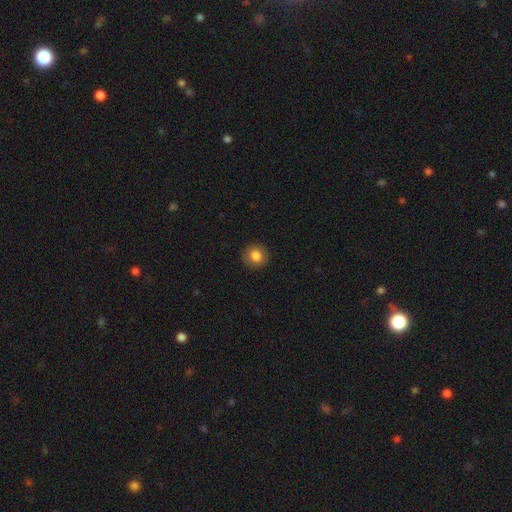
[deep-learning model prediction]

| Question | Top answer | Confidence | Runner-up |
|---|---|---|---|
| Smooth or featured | smooth | 83% | star or artifact (9%) |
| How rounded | round | 91% | in between (8%) |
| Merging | none | 90% | minor disturbance (7%) |